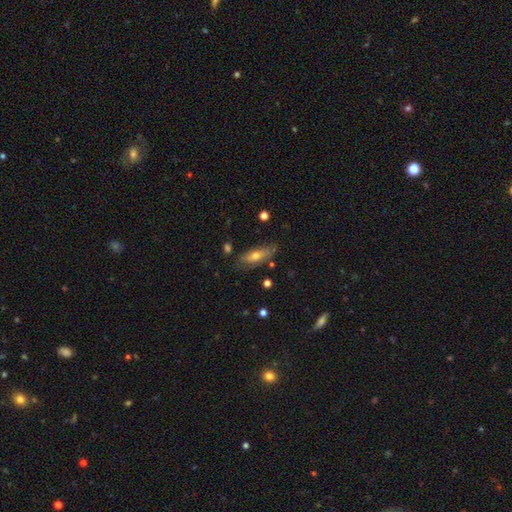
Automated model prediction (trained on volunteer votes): Smooth or featured? smooth (57%)
How rounded? in between (58%)
Merging? none (72%)